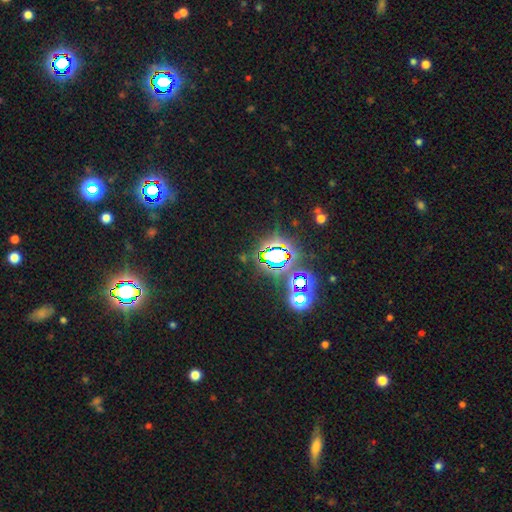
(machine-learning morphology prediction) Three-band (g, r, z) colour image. It shows a star or artifact, not a galaxy (81%).